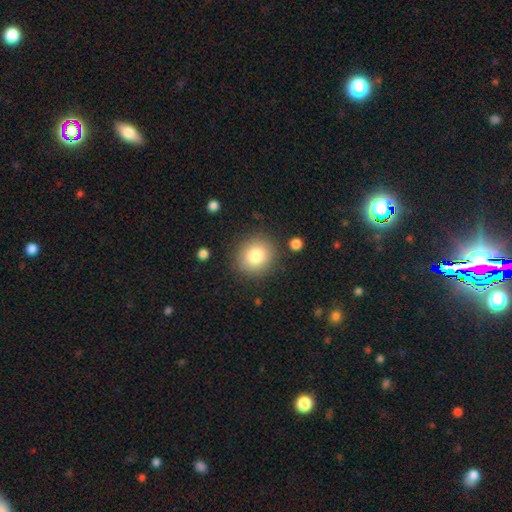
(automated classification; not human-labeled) Smooth or featured? Predicted: smooth (p=0.81). How rounded? Predicted: round (p=0.88). Merging? Predicted: none (p=0.86).